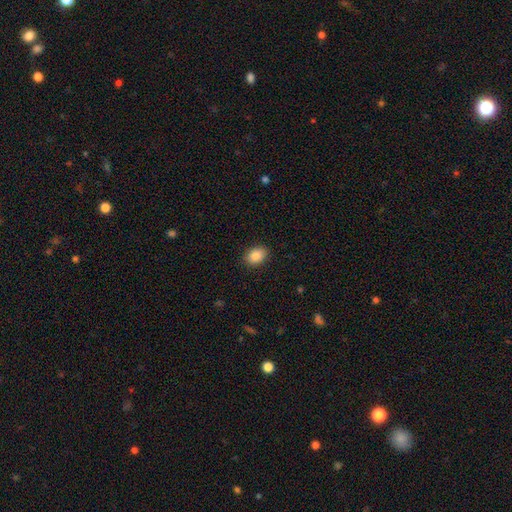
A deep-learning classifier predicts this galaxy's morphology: Q: Smooth or featured?
A: smooth (88%); runner-up: star or artifact (8%)
Q: How rounded?
A: in between (78%); runner-up: round (21%)
Q: Merging?
A: none (88%); runner-up: minor disturbance (8%)